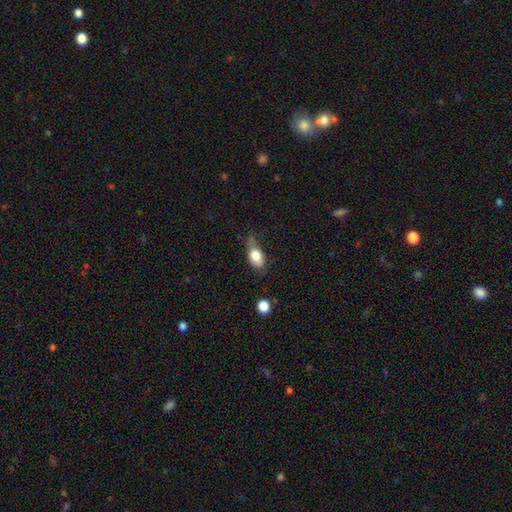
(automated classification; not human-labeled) Morphology: type=smooth (78%); roundness=in between (83%); merging=none (44%).